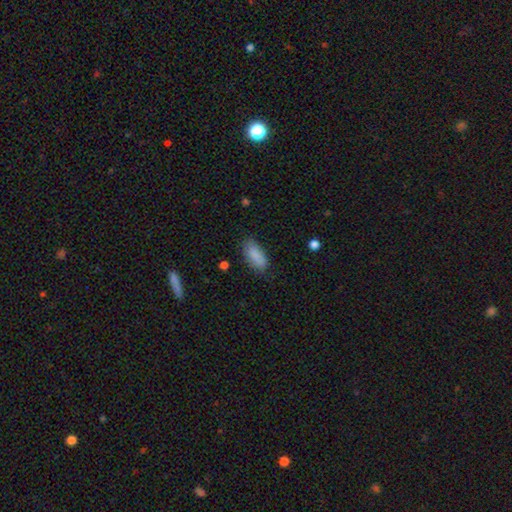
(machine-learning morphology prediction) Smooth or featured? Predicted: smooth (p=0.87). How rounded? Predicted: in between (p=0.87). Merging? Predicted: none (p=0.77).